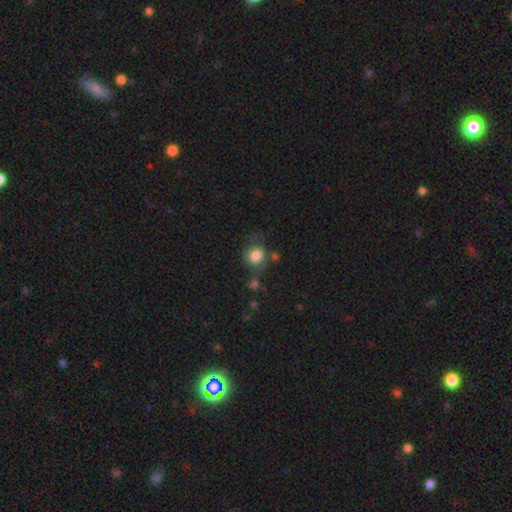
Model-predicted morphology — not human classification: Q: Smooth or featured?
A: smooth (80%); runner-up: featured or disk (11%)
Q: How rounded?
A: round (73%); runner-up: in between (26%)
Q: Merging?
A: none (58%); runner-up: minor disturbance (22%)